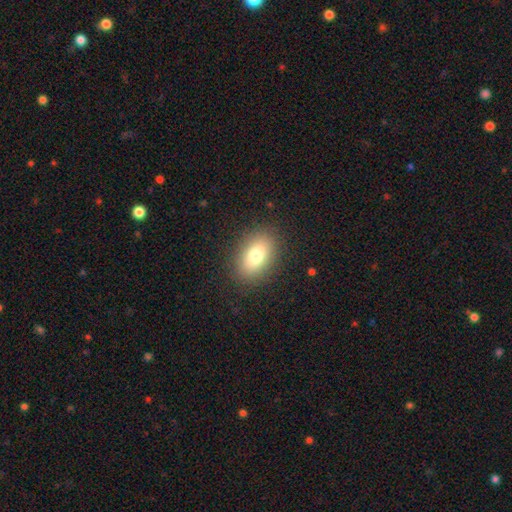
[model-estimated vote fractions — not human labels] The model was most divided on "smooth or featured": smooth: 78%, featured or disk: 12%, star or artifact: 9%. More confident: merging — none (87%); how rounded — in between (86%).